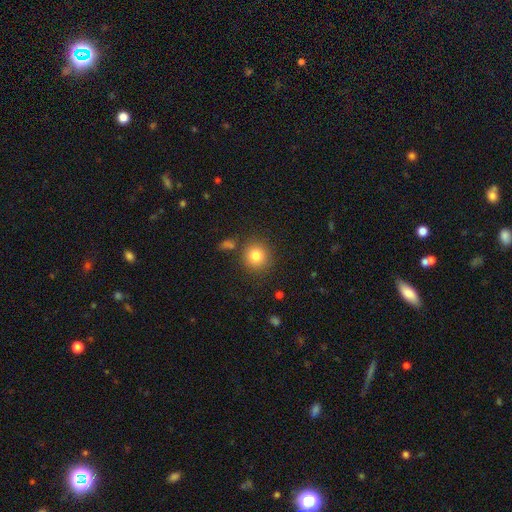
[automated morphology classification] smooth 81%, star or artifact 11%, featured or disk 8%. Down the decision tree: how rounded — round (92%); merging — none (84%).